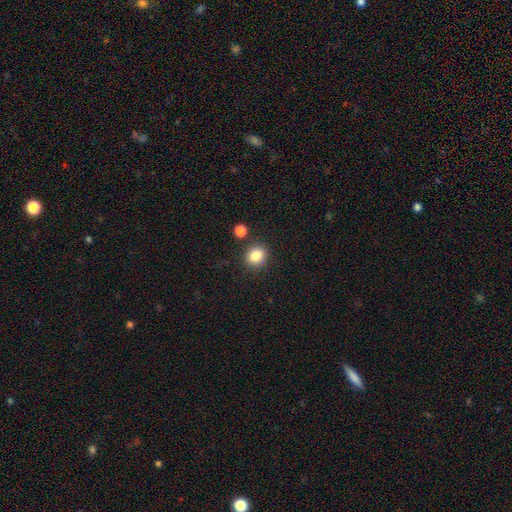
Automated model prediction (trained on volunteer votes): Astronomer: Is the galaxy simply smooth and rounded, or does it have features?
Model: smooth — 83%.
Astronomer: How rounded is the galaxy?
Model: round — 67%.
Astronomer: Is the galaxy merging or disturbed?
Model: none — 83%.